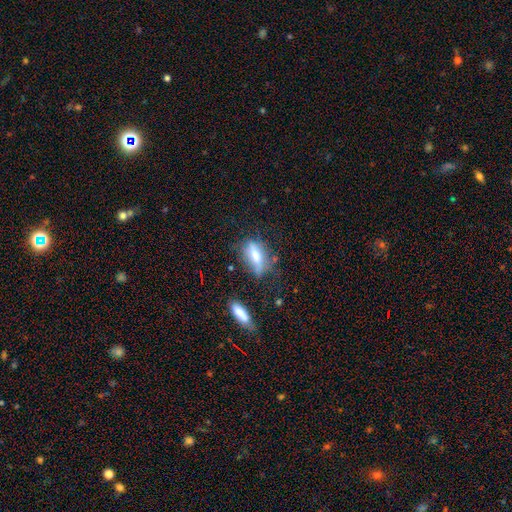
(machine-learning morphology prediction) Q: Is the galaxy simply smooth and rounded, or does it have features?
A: smooth — 54%.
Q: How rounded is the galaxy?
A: in between — 64%.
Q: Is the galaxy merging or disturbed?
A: none — 54%.